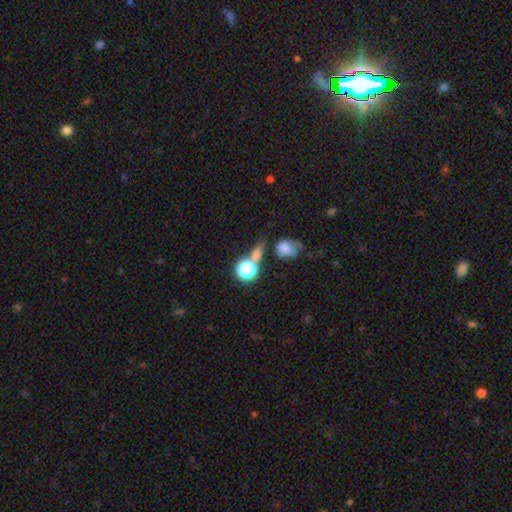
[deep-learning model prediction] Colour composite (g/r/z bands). It shows a smooth galaxy with no disk features (60%) that is round (60%). Merging: none (53%).